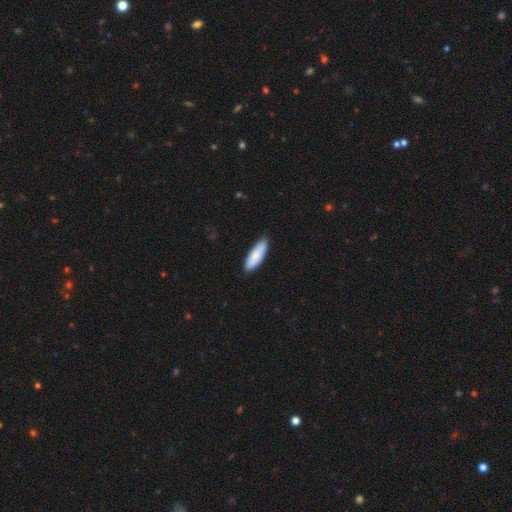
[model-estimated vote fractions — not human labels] A smooth galaxy with no disk features (85%) that is in between round and cigar-shaped (52%). Merging: none (87%).